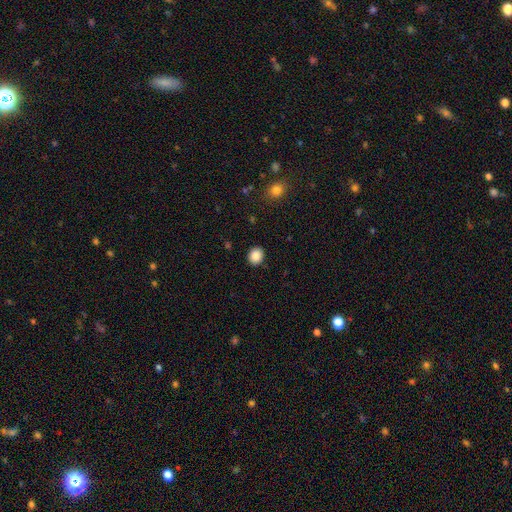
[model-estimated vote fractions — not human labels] Smooth or featured: smooth — 87% (star or artifact — 9%)
How rounded: round — 72% (in between — 27%)
Merging: none — 90% (minor disturbance — 6%)